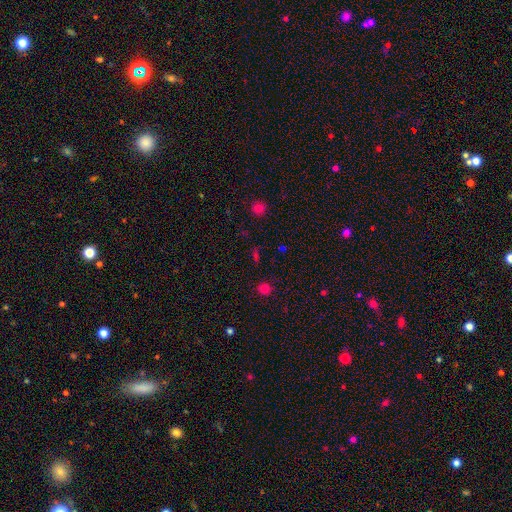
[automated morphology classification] type=smooth (50%); roundness=round (48%); merging=none (84%).